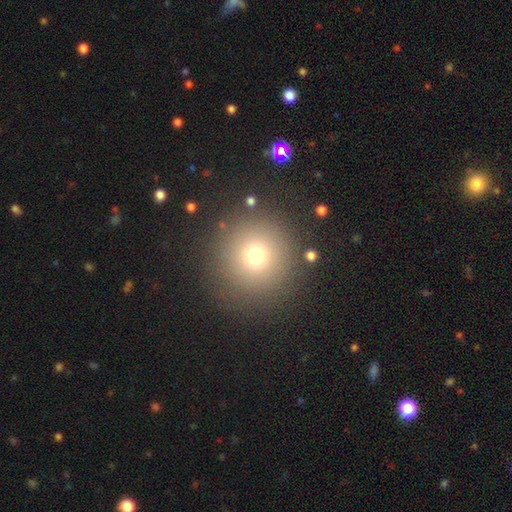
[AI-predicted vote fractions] Smooth or featured? smooth (72%)
How rounded? round (96%)
Merging? none (87%)